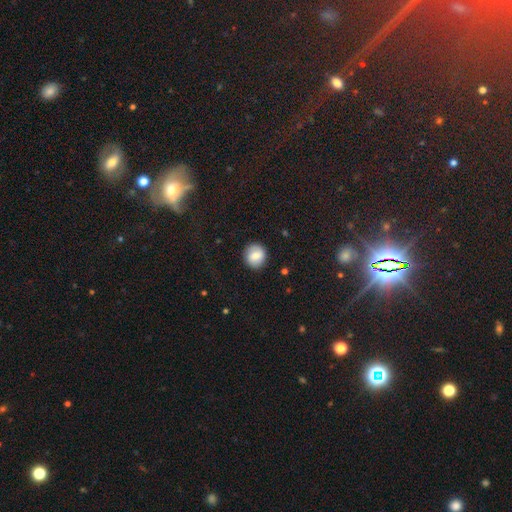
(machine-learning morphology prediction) smooth_or_featured: smooth (p=0.78) [alt: featured or disk p=0.13]
how_rounded: round (p=0.87) [alt: in between p=0.12]
merging: none (p=0.88) [alt: minor disturbance p=0.08]